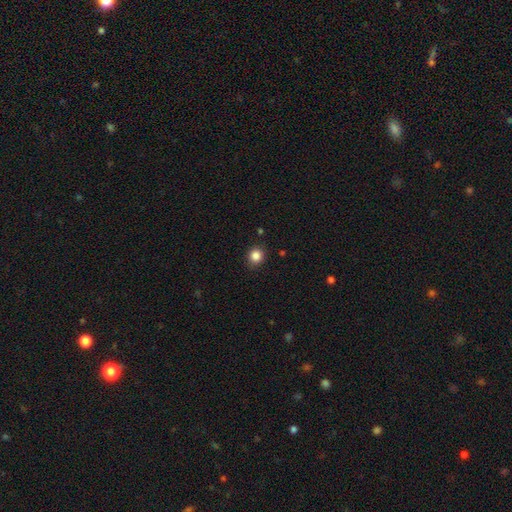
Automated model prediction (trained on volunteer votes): This appears to be a smooth galaxy with no disk features (85%) that is round (83%). Merging: none (89%).